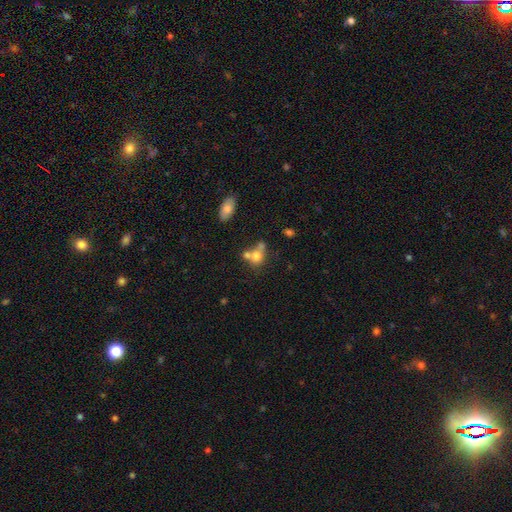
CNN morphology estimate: This appears to be a smooth galaxy with no disk features (70%) that is round (57%). Merging: merger (51%).